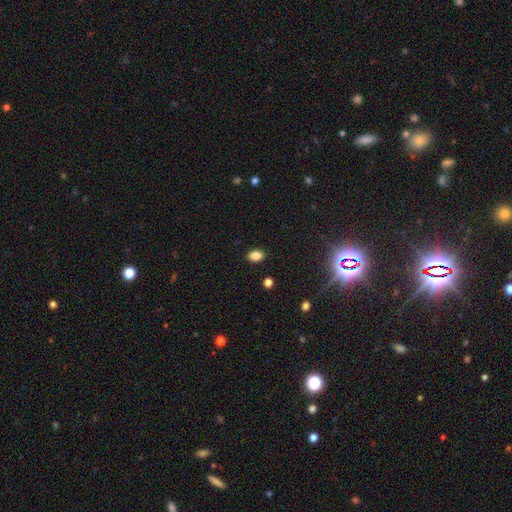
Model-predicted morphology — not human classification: A smooth galaxy with no disk features (85%) that is in between round and cigar-shaped (81%). Merging: none (89%).